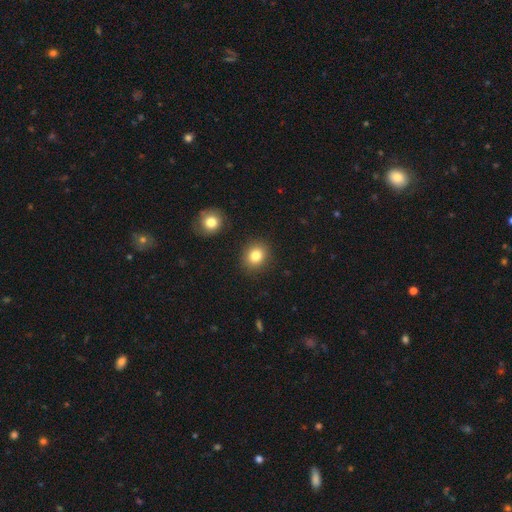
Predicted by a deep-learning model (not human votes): Overall: smooth (83%). How rounded: round (69%; in between 30%). Merging: none (87%).